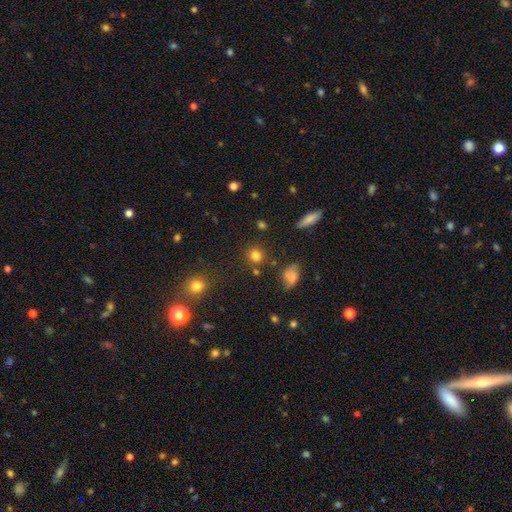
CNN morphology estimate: smooth_or_featured: smooth (p=0.78) [alt: star or artifact p=0.15]
how_rounded: round (p=0.85) [alt: in between p=0.13]
merging: none (p=0.82) [alt: minor disturbance p=0.09]